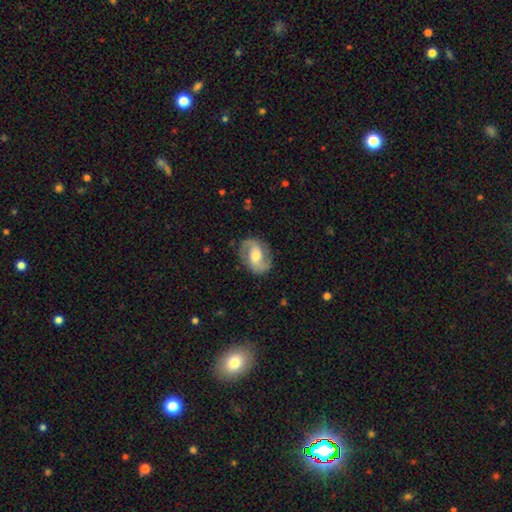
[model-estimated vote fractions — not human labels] Smooth or featured?
  - featured or disk: 78% *
  - smooth: 17%
  - star or artifact: 6%
Edge-on disk?
  - no: 97% *
  - yes: 3%
Bar?
  - weak: 44% *
  - no: 37%
  - strong: 19%
Spiral arms?
  - yes: 92% *
  - no: 8%
Spiral winding?
  - medium: 45% *
  - loose: 39%
  - tight: 16%
Spiral arm count?
  - 2: 91% *
  - can't tell: 4%
  - 1: 2%
  - 3: 1%
  - 4: 1%
  - more than 4: 1%
Bulge size?
  - moderate: 64% *
  - small: 24%
  - large: 9%
  - none: 2%
  - dominant: 1%
Merging?
  - none: 82% *
  - minor disturbance: 12%
  - major disturbance: 4%
  - merger: 1%